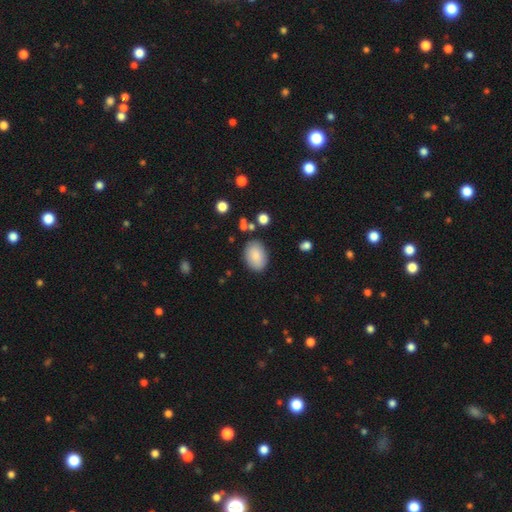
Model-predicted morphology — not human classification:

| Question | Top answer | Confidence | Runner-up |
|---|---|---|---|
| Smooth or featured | smooth | 87% | star or artifact (7%) |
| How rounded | in between | 83% | round (15%) |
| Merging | none | 83% | minor disturbance (12%) |